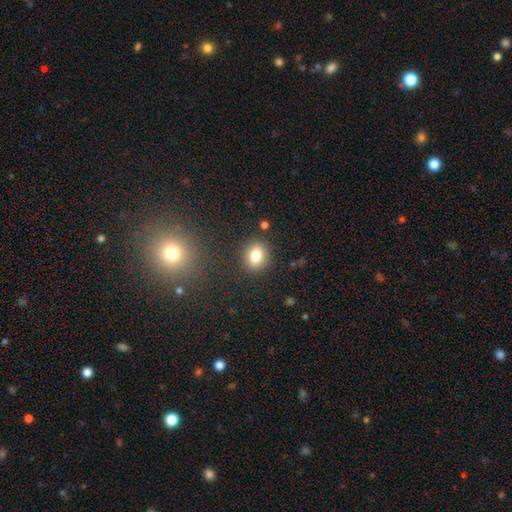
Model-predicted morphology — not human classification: The model was most divided on "how rounded": round: 56%, in between: 43%, cigar-shaped: 1%. More confident: merging — none (87%); smooth or featured — smooth (81%).